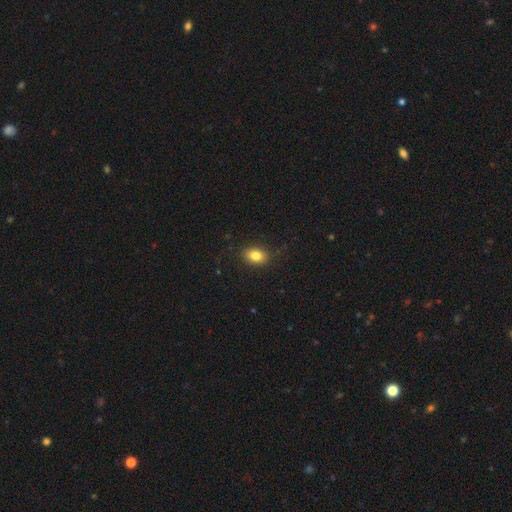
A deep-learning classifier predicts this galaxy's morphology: A smooth galaxy with no disk features (83%) that is in between round and cigar-shaped (77%). Merging: none (87%).